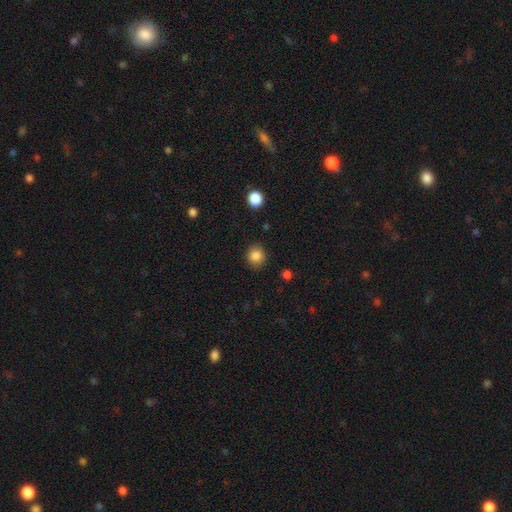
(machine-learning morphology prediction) This appears to be a smooth galaxy with no disk features (86%) that is round (89%). Merging: none (89%).